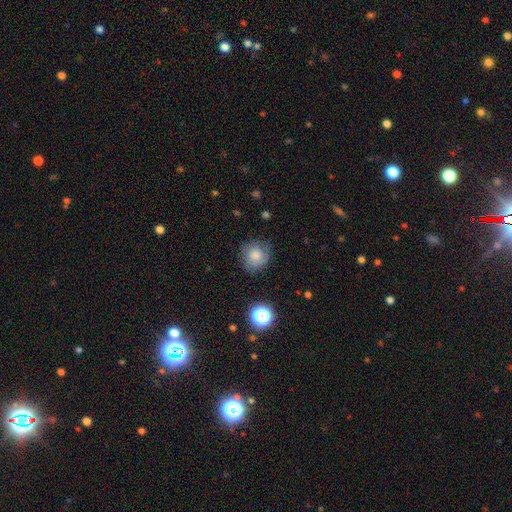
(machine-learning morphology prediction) Smooth or featured?
  - smooth: 75% *
  - featured or disk: 14%
  - star or artifact: 11%
How rounded?
  - round: 86% *
  - in between: 13%
  - cigar-shaped: 1%
Merging?
  - none: 70% *
  - minor disturbance: 22%
  - major disturbance: 7%
  - merger: 2%